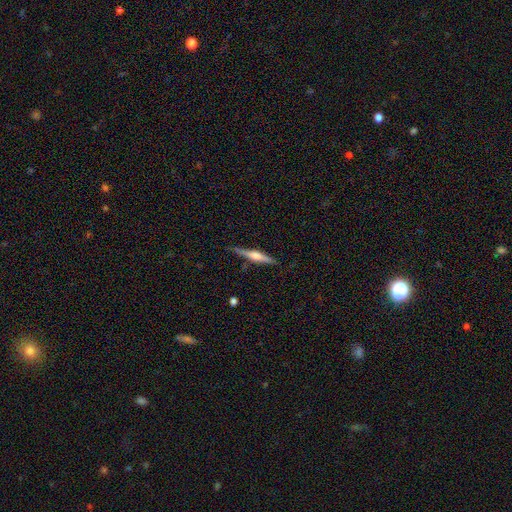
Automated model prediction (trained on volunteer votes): Smooth or featured? Predicted: featured or disk (p=0.64). Edge-on disk? Predicted: yes (p=0.97). Edge-on bulge? Predicted: rounded (p=0.78). Merging? Predicted: none (p=0.83).